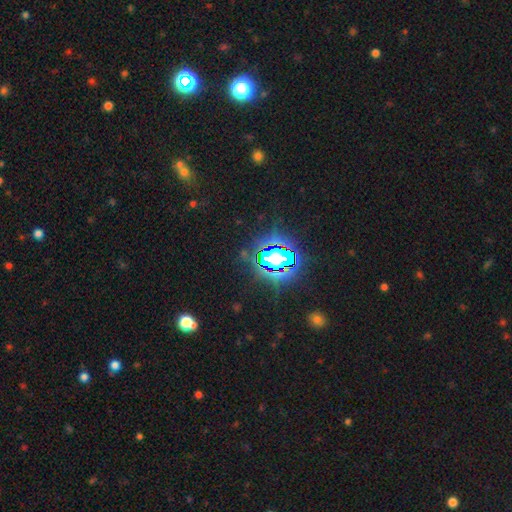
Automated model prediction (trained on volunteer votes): This is likely a star or artifact rather than a galaxy (79%).